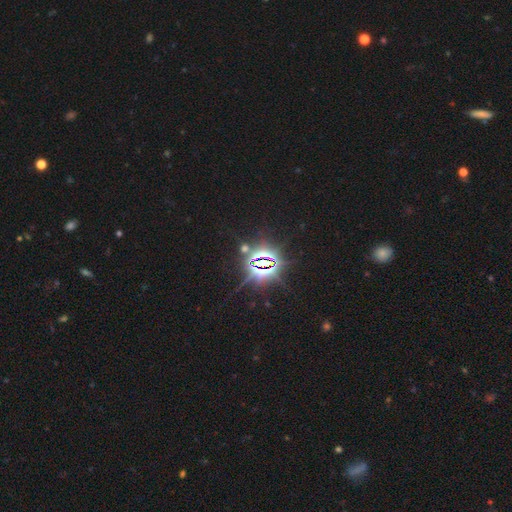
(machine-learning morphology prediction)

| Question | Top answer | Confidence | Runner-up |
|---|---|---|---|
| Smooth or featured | star or artifact | 85% | smooth (9%) |